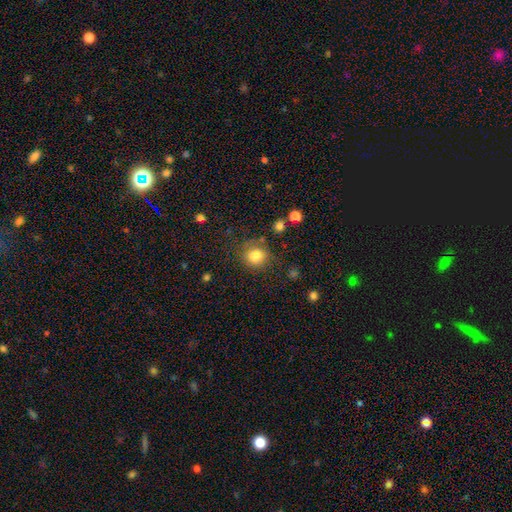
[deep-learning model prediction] A smooth galaxy with no disk features (82%) that is round (72%). Merging: none (69%).